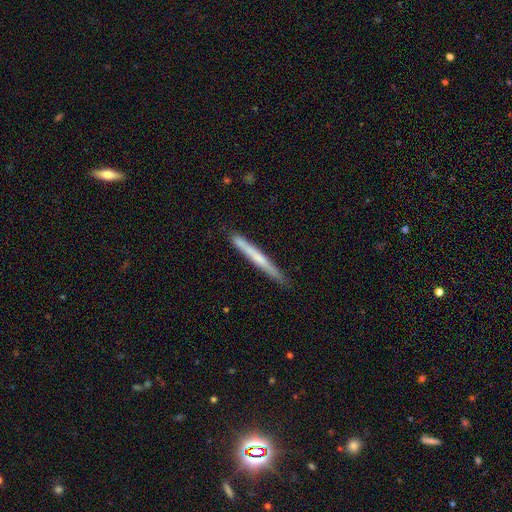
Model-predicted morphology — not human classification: A smooth galaxy with no disk features (50%) that is cigar-shaped (97%). Merging: none (84%).